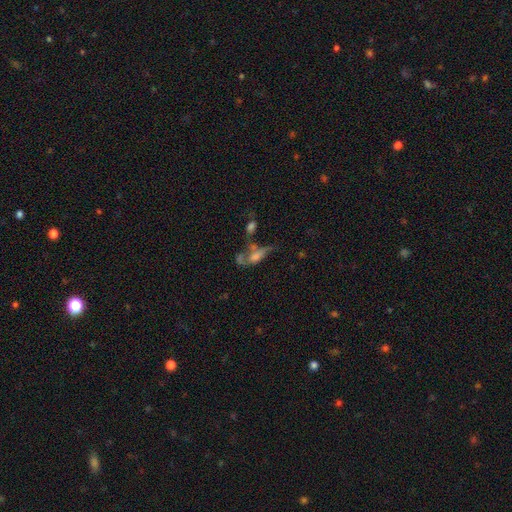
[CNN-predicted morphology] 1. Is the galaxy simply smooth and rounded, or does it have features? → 49% smooth, 37% featured or disk, 14% star or artifact.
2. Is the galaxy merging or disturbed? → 39% merger, 25% major disturbance, 22% none, 14% minor disturbance.